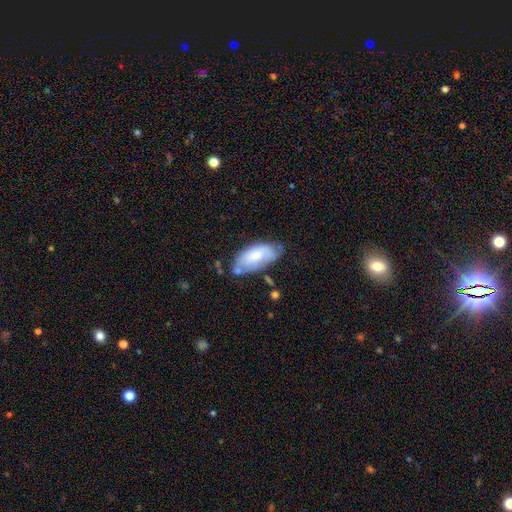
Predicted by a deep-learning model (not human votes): A smooth galaxy with no disk features (66%) that is in between round and cigar-shaped (92%).

Vote fractions:
- Smooth or featured? smooth: 66% / featured or disk: 28% / star or artifact: 6%
- How rounded? in between: 92% / cigar-shaped: 6% / round: 2%
- Merging? none: 51% / minor disturbance: 32% / major disturbance: 9% / merger: 8%